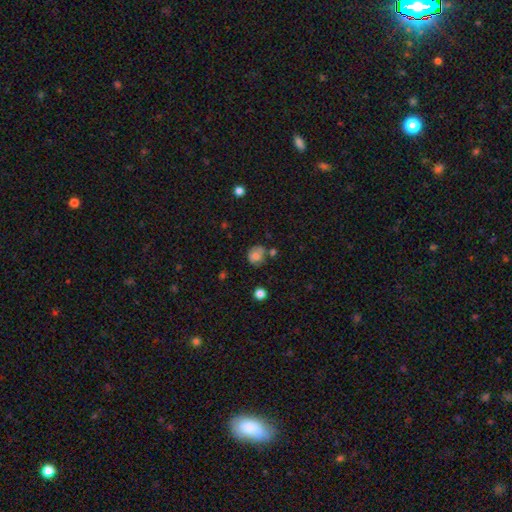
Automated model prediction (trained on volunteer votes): Smooth or featured? Predicted: smooth (p=0.70). How rounded? Predicted: round (p=0.74). Merging? Predicted: none (p=0.60).